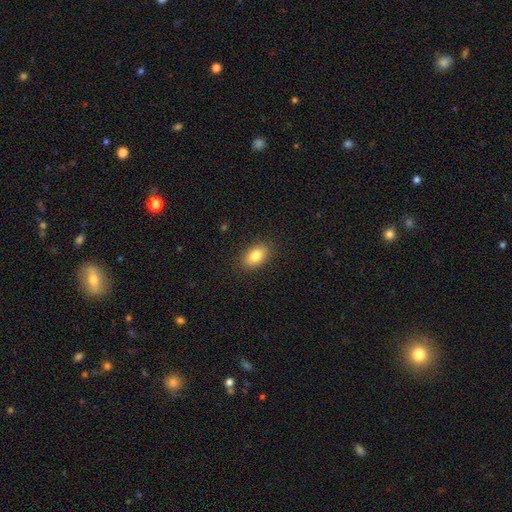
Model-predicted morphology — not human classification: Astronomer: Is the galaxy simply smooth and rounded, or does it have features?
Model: smooth — 82%.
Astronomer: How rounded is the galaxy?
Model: in between — 87%.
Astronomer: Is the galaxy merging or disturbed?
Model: none — 88%.